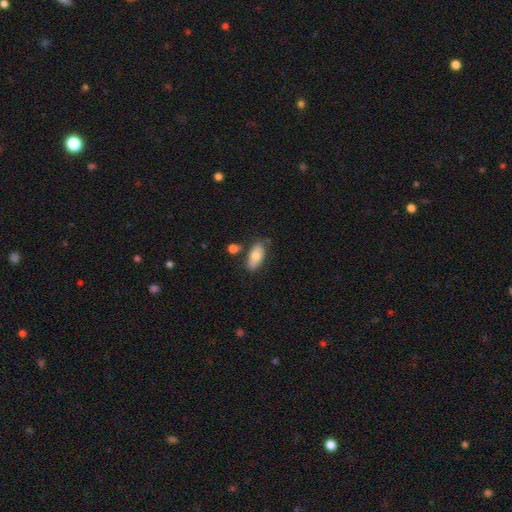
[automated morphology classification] type=smooth (71%); roundness=in between (91%); merging=none (71%).